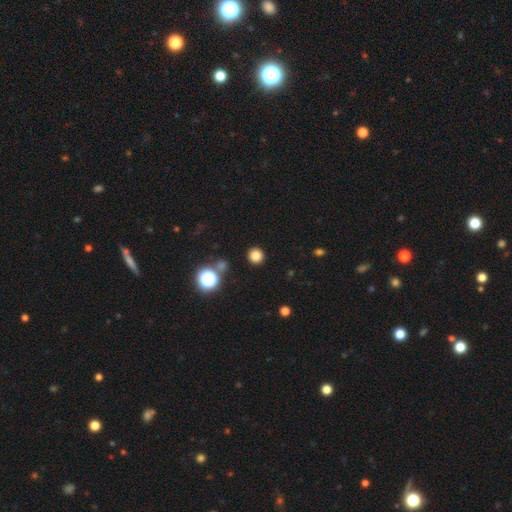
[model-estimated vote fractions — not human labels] Smooth or featured? smooth (81%)
How rounded? round (94%)
Merging? none (90%)